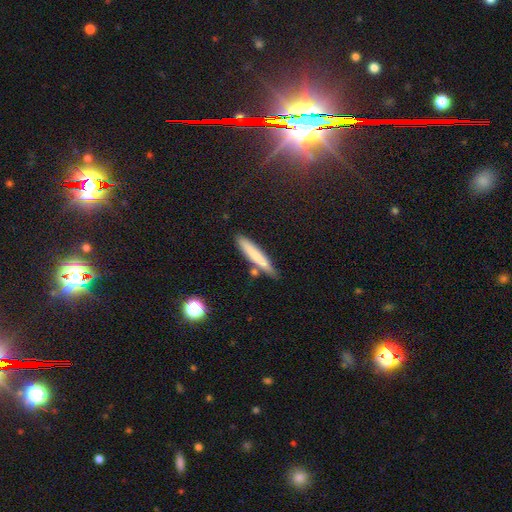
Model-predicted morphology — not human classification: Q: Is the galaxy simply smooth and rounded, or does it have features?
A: smooth — 73%.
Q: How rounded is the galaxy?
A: cigar-shaped — 92%.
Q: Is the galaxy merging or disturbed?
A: none — 77%.